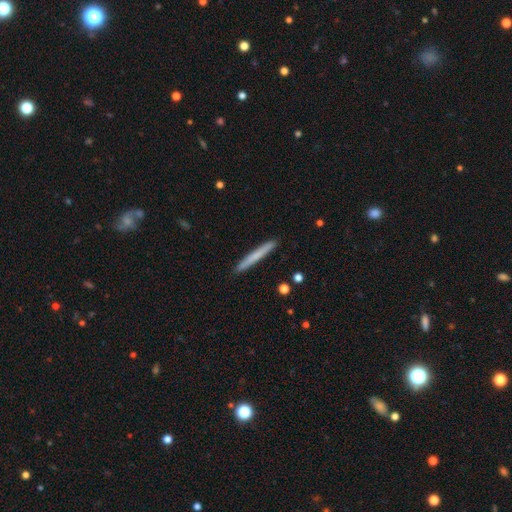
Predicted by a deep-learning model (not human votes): A smooth galaxy with no disk features (68%) that is cigar-shaped (97%). Merging: none (92%).